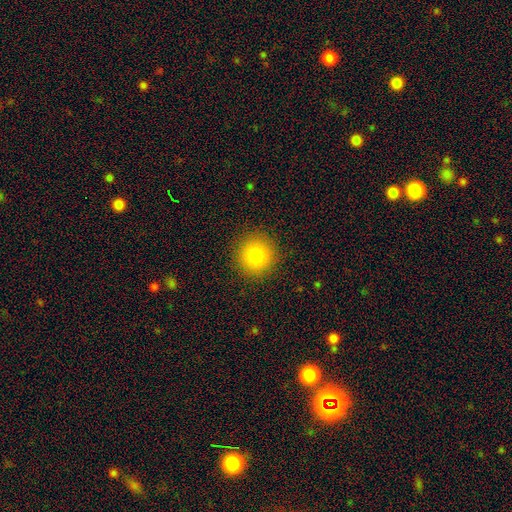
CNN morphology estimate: A smooth galaxy with no disk features (82%) that is round (94%).

Vote fractions:
- Smooth or featured? smooth: 82% / star or artifact: 11% / featured or disk: 7%
- How rounded? round: 94% / in between: 5% / cigar-shaped: 1%
- Merging? none: 91% / minor disturbance: 6% / major disturbance: 2% / merger: 1%